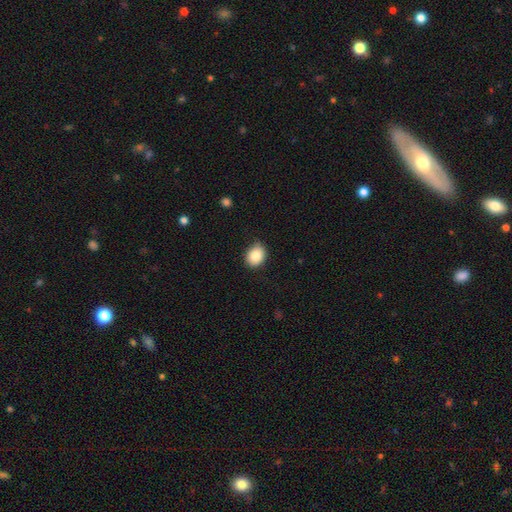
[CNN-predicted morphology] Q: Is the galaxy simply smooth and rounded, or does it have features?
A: smooth — 87%.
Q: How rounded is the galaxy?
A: in between — 51%.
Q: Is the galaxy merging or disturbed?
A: none — 78%.